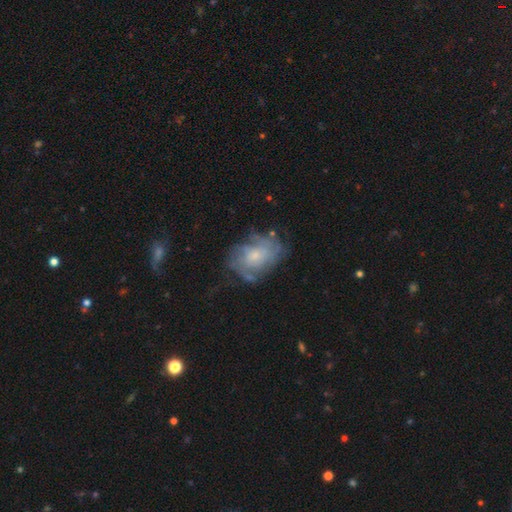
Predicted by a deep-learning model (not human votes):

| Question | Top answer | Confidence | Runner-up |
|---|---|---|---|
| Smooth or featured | featured or disk | 62% | smooth (29%) |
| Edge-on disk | no | 97% | yes (3%) |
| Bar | no | 79% | weak (18%) |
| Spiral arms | yes | 68% | no (32%) |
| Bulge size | small | 58% | moderate (31%) |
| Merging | none | 55% | minor disturbance (25%) |